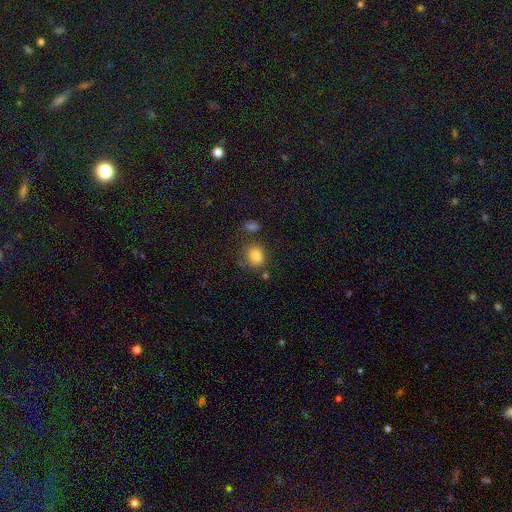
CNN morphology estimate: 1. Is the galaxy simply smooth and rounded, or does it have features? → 82% smooth, 10% star or artifact, 8% featured or disk.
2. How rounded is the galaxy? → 72% round, 27% in between, 1% cigar-shaped.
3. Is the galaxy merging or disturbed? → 70% none, 16% minor disturbance, 9% merger, 5% major disturbance.